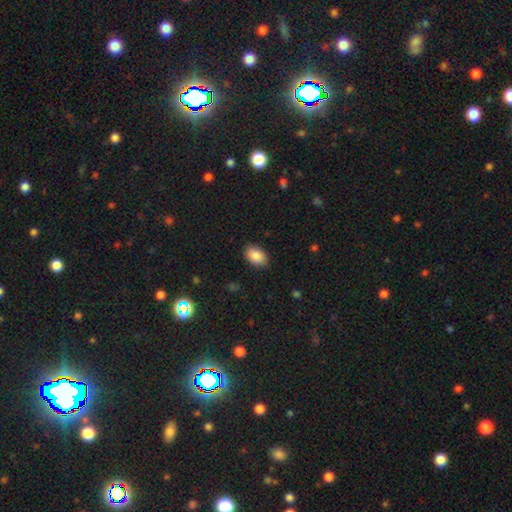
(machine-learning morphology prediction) Smooth or featured: smooth — 88% (star or artifact — 7%)
How rounded: in between — 84% (round — 15%)
Merging: none — 87% (minor disturbance — 10%)